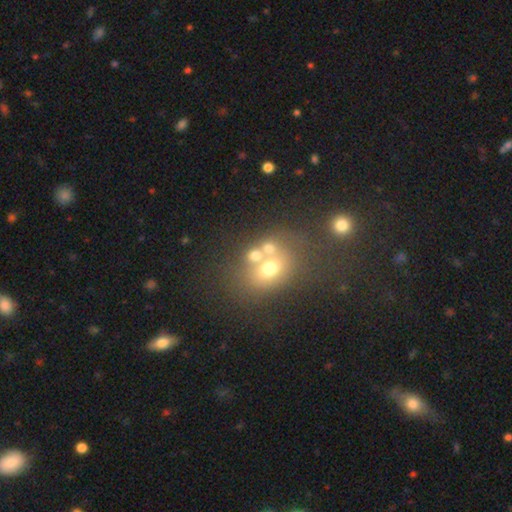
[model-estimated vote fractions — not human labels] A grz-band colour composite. It shows a smooth galaxy with no disk features (59%) that is round (50%). Merging: merger (41%).